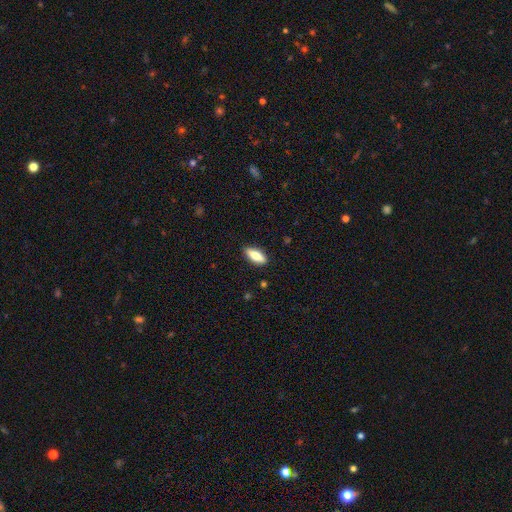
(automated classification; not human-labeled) A smooth galaxy with no disk features (74%) that is in between round and cigar-shaped (72%).

Vote fractions:
- Smooth or featured? smooth: 74% / featured or disk: 20% / star or artifact: 6%
- How rounded? in between: 72% / cigar-shaped: 26% / round: 3%
- Merging? none: 88% / minor disturbance: 9% / major disturbance: 2% / merger: 1%